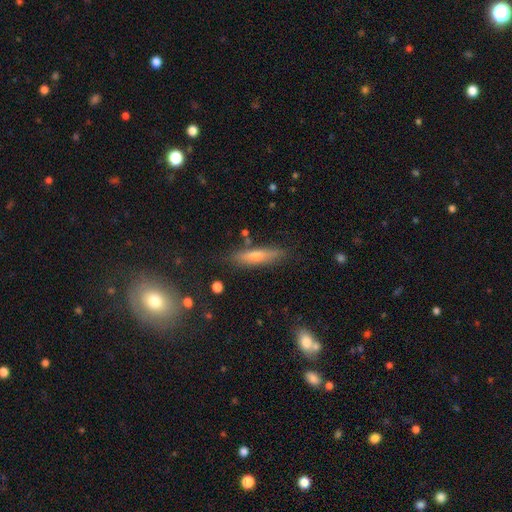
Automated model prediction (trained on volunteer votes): Overall: smooth (54%; featured or disk 36%). How rounded: cigar-shaped (80%). Merging: none (82%).